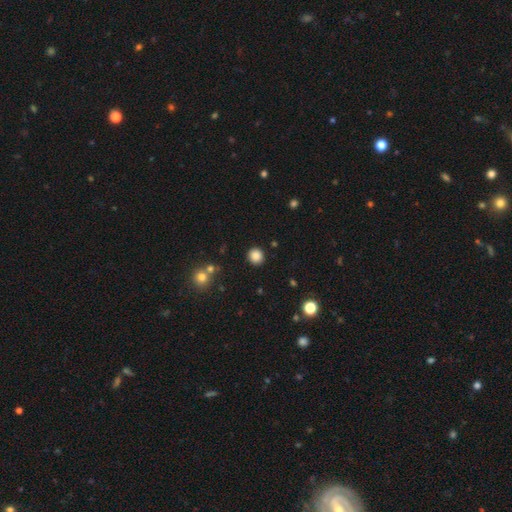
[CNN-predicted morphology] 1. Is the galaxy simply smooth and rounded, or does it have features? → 86% smooth, 10% star or artifact, 4% featured or disk.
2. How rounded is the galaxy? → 91% round, 8% in between, 1% cigar-shaped.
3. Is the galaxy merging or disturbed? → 90% none, 6% minor disturbance, 2% major disturbance, 2% merger.